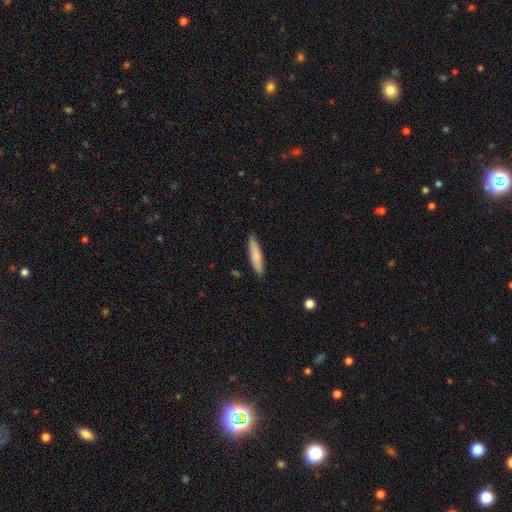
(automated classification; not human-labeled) Overall: smooth (79%). How rounded: cigar-shaped (83%). Merging: none (89%).